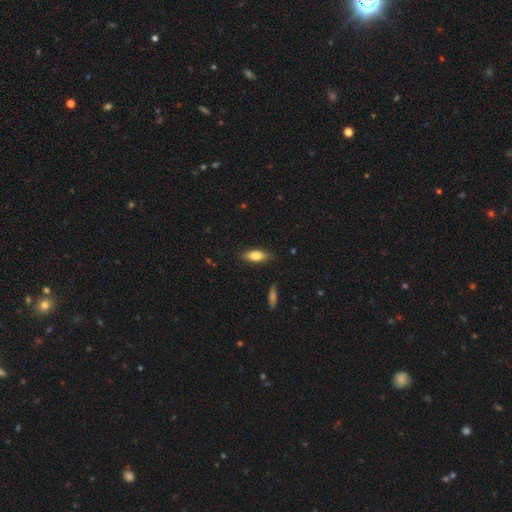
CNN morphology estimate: Smooth or featured?
  - smooth: 80% *
  - featured or disk: 13%
  - star or artifact: 7%
How rounded?
  - in between: 74% *
  - cigar-shaped: 24%
  - round: 2%
Merging?
  - none: 86% *
  - minor disturbance: 11%
  - major disturbance: 2%
  - merger: 1%